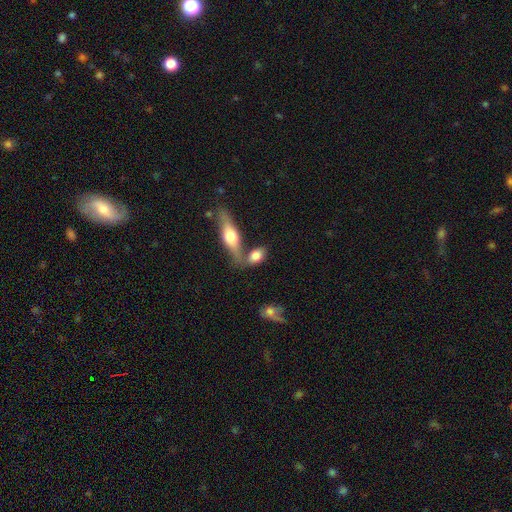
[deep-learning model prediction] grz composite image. It shows a smooth galaxy with no disk features (71%) that is in between round and cigar-shaped (79%). Merging: none (50%).